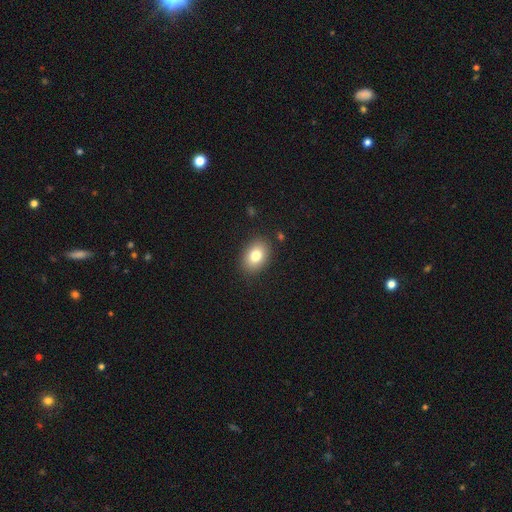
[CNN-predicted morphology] Smooth or featured? Predicted: smooth (p=0.80). How rounded? Predicted: in between (p=0.78). Merging? Predicted: none (p=0.88).